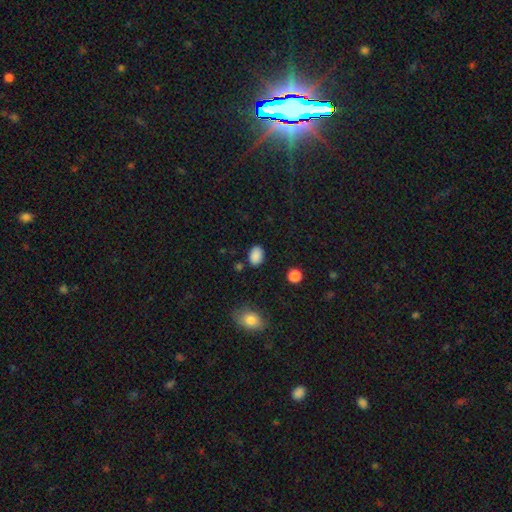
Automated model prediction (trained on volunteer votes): The model was most divided on "how rounded": in between: 81%, round: 18%, cigar-shaped: 1%. More confident: smooth or featured — smooth (87%); merging — none (83%).